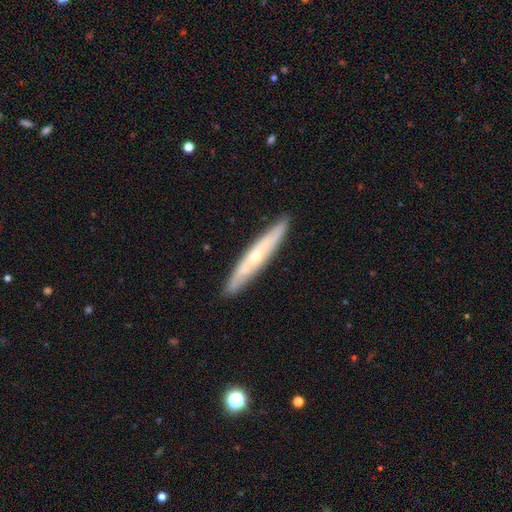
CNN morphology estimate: This is possibly a featured or disk galaxy (56%). It is clearly viewed edge-on (82%). Merging: clearly none (88%).